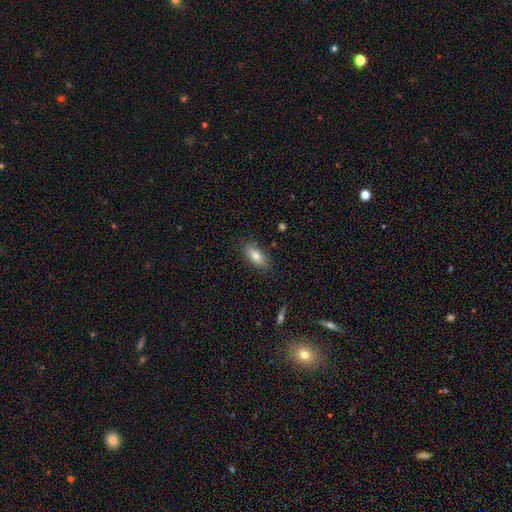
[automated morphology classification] Overall: smooth (79%). How rounded: in between (85%). Merging: none (85%).